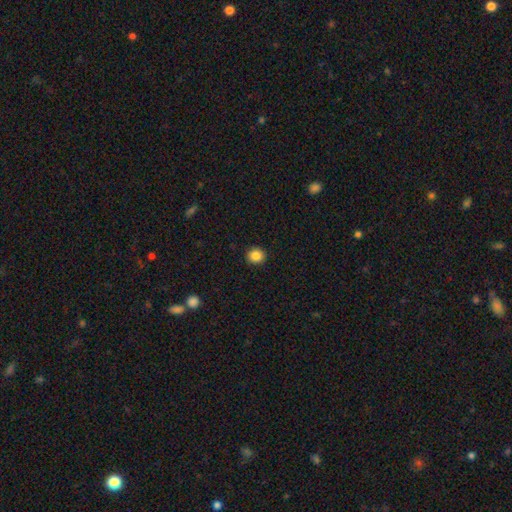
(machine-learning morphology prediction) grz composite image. It shows a smooth galaxy with no disk features (86%) that is round (89%). Merging: none (92%).